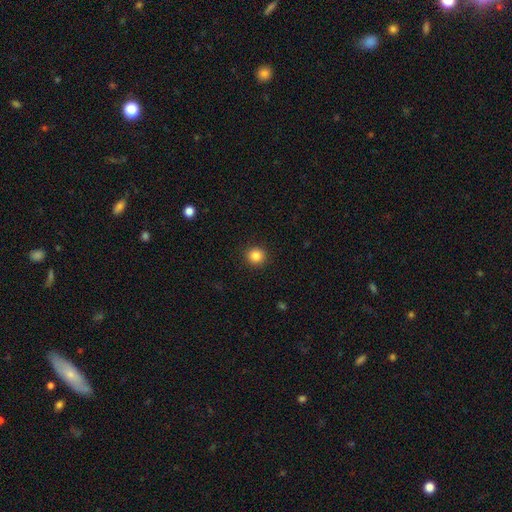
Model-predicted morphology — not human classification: Overall: smooth (85%). How rounded: round (92%). Merging: none (92%).